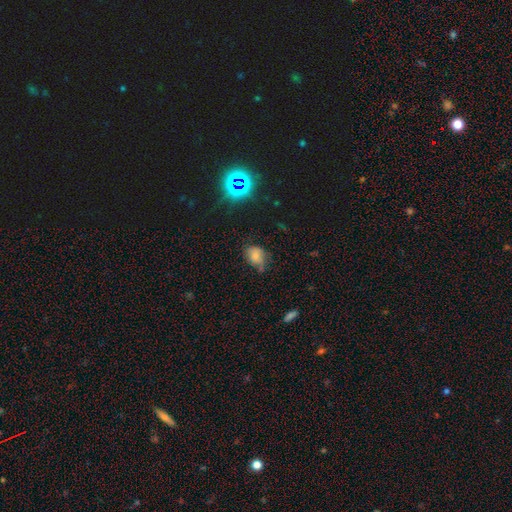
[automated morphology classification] This appears to be a smooth galaxy with no disk features (69%) that is in between round and cigar-shaped (62%). Merging: none (56%).